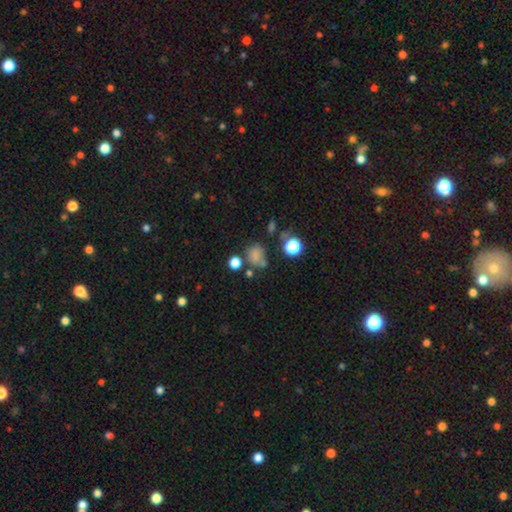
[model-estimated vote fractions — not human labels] Smooth or featured? smooth (69%)
How rounded? round (64%)
Merging? none (53%)